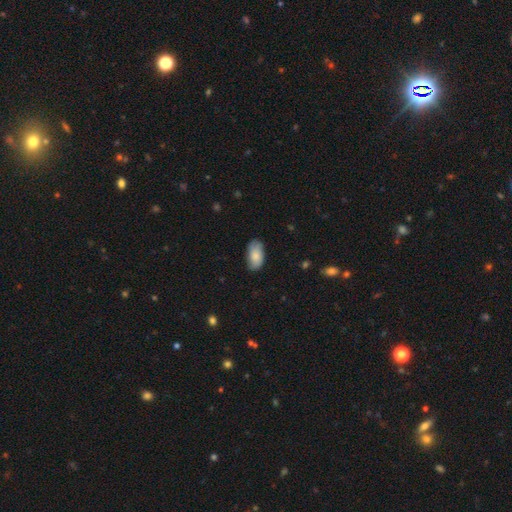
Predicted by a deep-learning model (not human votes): Smooth or featured? smooth (83%)
How rounded? in between (95%)
Merging? none (80%)